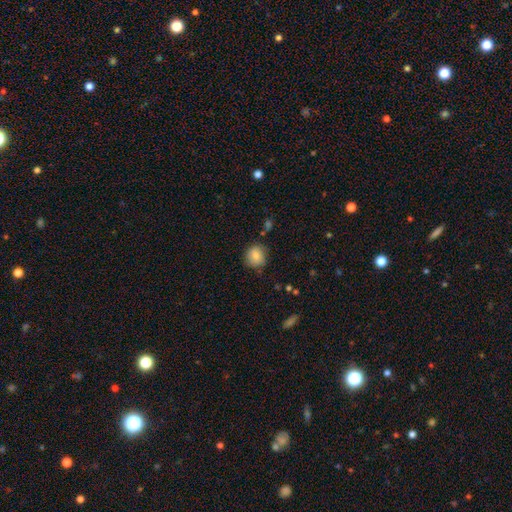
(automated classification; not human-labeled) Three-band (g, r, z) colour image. It shows a smooth galaxy with no disk features (80%) that is round (81%). Merging: none (76%).